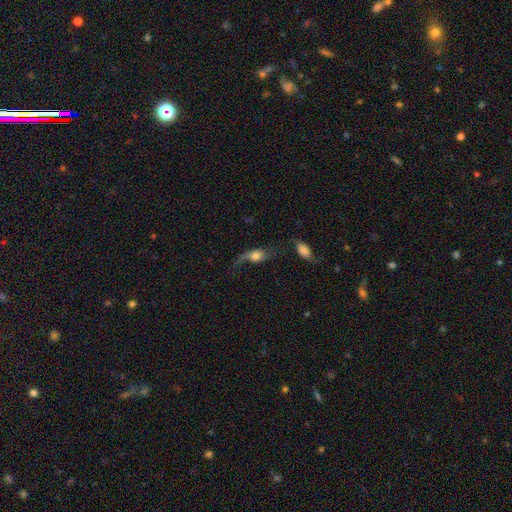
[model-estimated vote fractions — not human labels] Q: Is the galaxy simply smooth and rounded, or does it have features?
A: featured or disk — 49%.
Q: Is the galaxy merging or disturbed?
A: major disturbance — 40%.